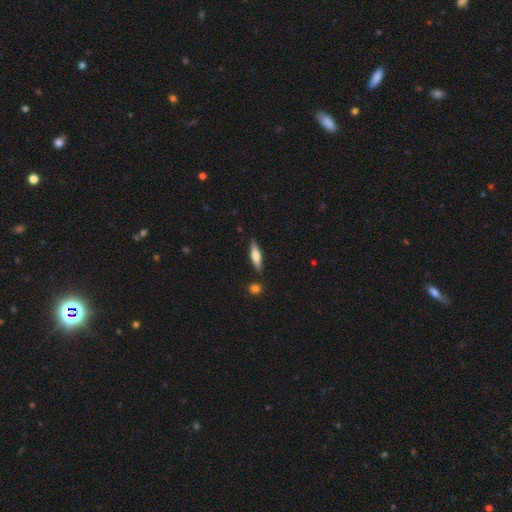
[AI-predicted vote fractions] A smooth galaxy with no disk features (63%) that is cigar-shaped (67%).

Vote fractions:
- Smooth or featured? smooth: 63% / featured or disk: 31% / star or artifact: 6%
- How rounded? cigar-shaped: 67% / in between: 31% / round: 2%
- Merging? none: 85% / minor disturbance: 10% / merger: 3% / major disturbance: 2%